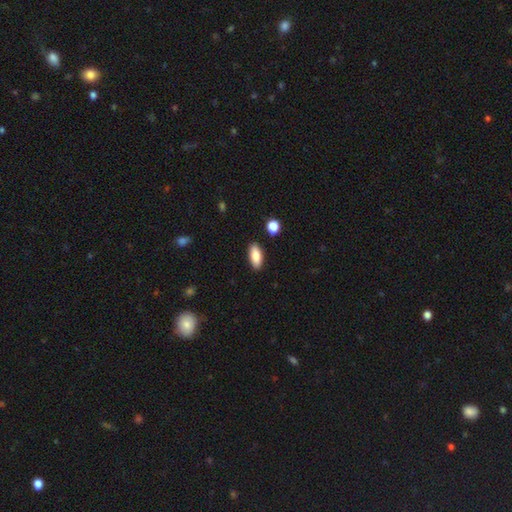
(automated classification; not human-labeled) A smooth galaxy with no disk features (86%) that is in between round and cigar-shaped (83%). Merging: none (88%).